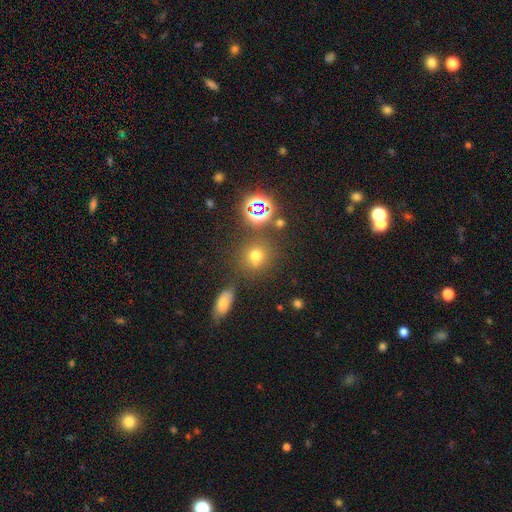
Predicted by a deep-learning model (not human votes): Smooth or featured? Predicted: smooth (p=0.66). How rounded? Predicted: round (p=0.84). Merging? Predicted: none (p=0.77).